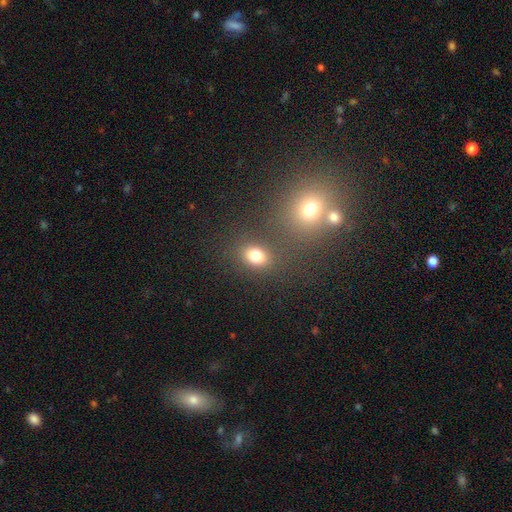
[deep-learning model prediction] This is likely a smooth galaxy (78%). How rounded: likely in between (60%). Merging: likely none (75%).